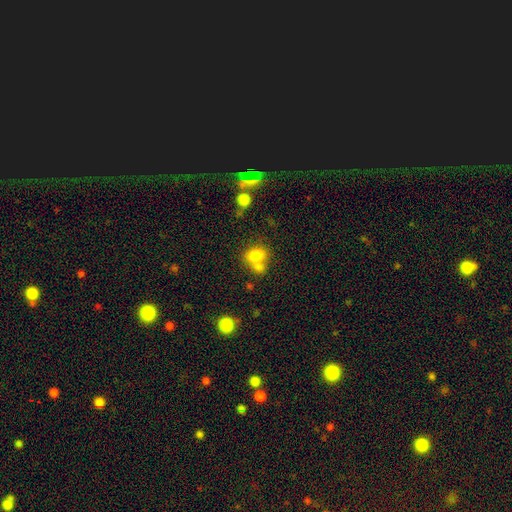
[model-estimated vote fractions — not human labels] Smooth or featured: smooth — 78% (star or artifact — 11%)
How rounded: in between — 61% (round — 37%)
Merging: merger — 45% (none — 38%)